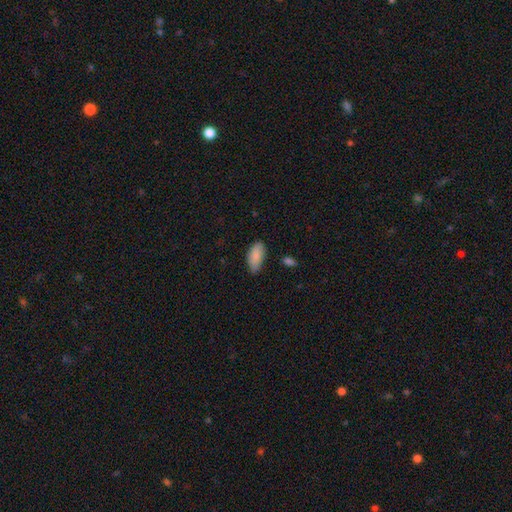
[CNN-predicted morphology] Smooth or featured? Predicted: smooth (p=0.87). How rounded? Predicted: in between (p=0.91). Merging? Predicted: none (p=0.72).